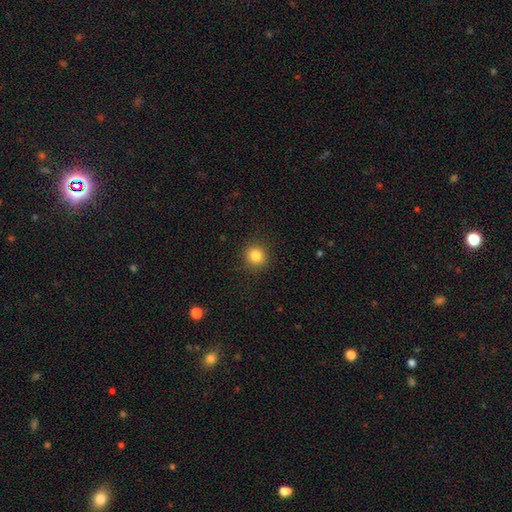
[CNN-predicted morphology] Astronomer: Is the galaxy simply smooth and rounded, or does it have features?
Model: smooth — 84%.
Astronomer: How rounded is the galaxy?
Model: round — 90%.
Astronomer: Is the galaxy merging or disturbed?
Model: none — 91%.